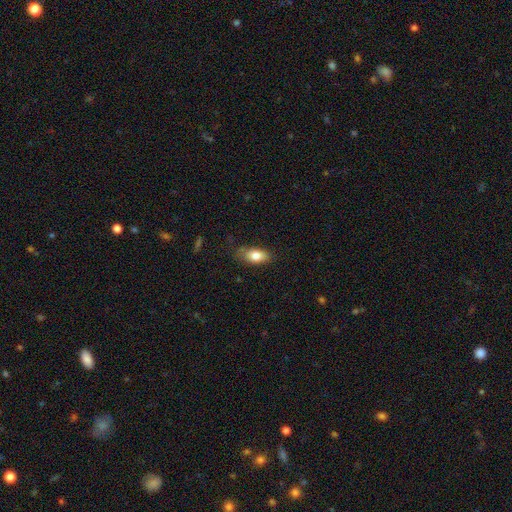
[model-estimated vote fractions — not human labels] Morphology: type=smooth (80%); roundness=in between (86%); merging=none (75%).